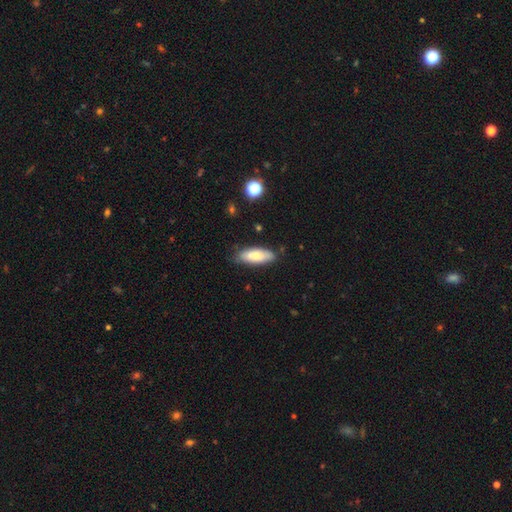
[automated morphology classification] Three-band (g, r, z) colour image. It shows a smooth galaxy with no disk features (72%) that is in between round and cigar-shaped (72%). Merging: none (76%).